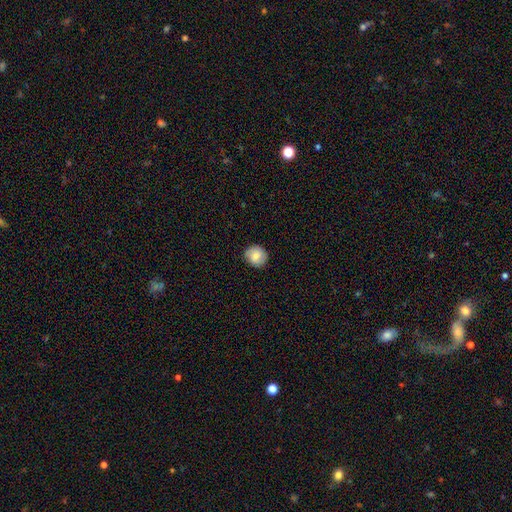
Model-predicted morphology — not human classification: Smooth or featured? Predicted: smooth (p=0.78). How rounded? Predicted: round (p=0.88). Merging? Predicted: none (p=0.83).